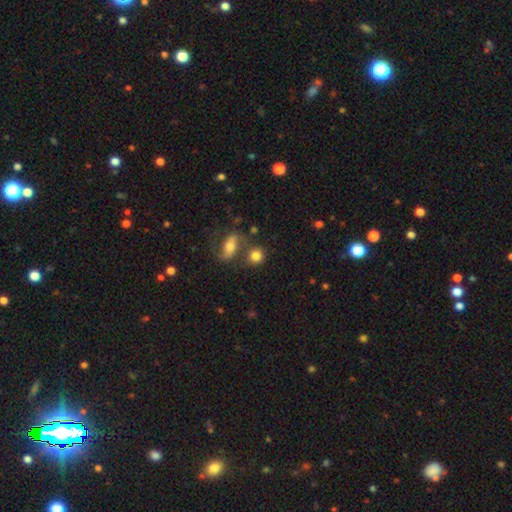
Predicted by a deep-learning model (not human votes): Smooth or featured: smooth — 73% (featured or disk — 18%)
How rounded: round — 81% (in between — 16%)
Merging: none — 62% (merger — 22%)